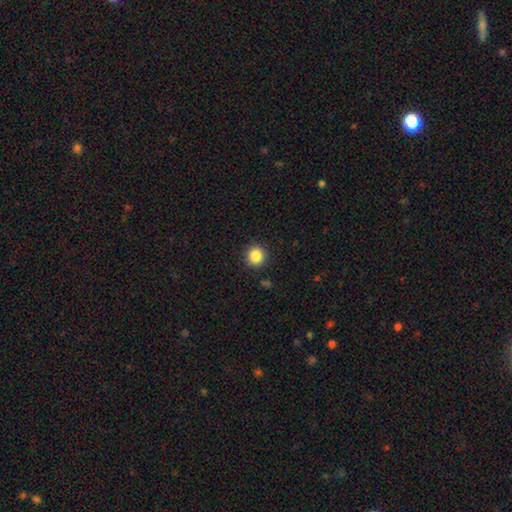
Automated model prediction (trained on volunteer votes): Smooth or featured?
  - smooth: 86% *
  - star or artifact: 10%
  - featured or disk: 4%
How rounded?
  - round: 88% *
  - in between: 11%
  - cigar-shaped: 1%
Merging?
  - none: 90% *
  - minor disturbance: 7%
  - major disturbance: 2%
  - merger: 1%